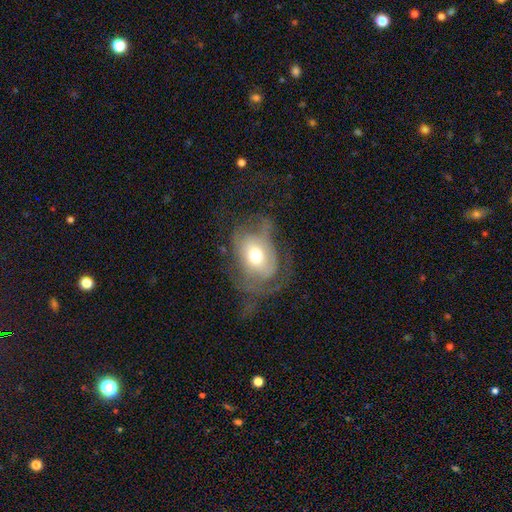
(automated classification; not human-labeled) Q: Smooth or featured?
A: featured or disk (47%); runner-up: smooth (45%)
Q: Merging?
A: major disturbance (41%); runner-up: none (34%)